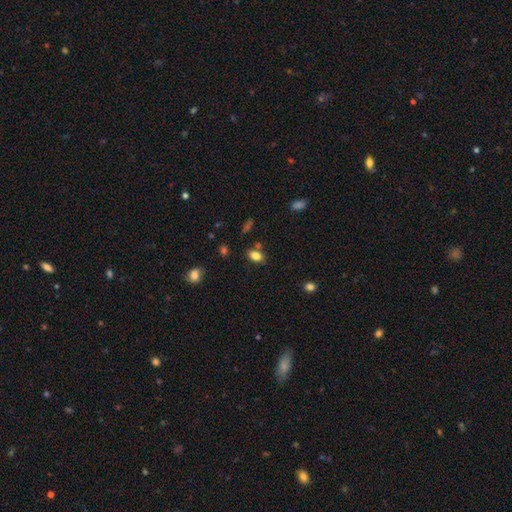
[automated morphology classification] Smooth or featured?
  - smooth: 82% *
  - star or artifact: 11%
  - featured or disk: 8%
How rounded?
  - in between: 81% *
  - round: 17%
  - cigar-shaped: 2%
Merging?
  - none: 73% *
  - minor disturbance: 14%
  - merger: 9%
  - major disturbance: 4%